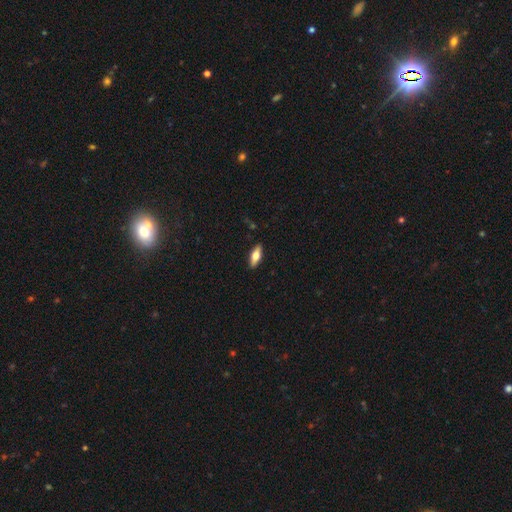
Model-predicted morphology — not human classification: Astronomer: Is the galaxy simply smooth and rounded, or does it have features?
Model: smooth — 57% (runner-up: featured or disk, 37%).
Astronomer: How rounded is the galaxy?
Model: in between — 62%.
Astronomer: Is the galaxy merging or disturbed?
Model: none — 90%.